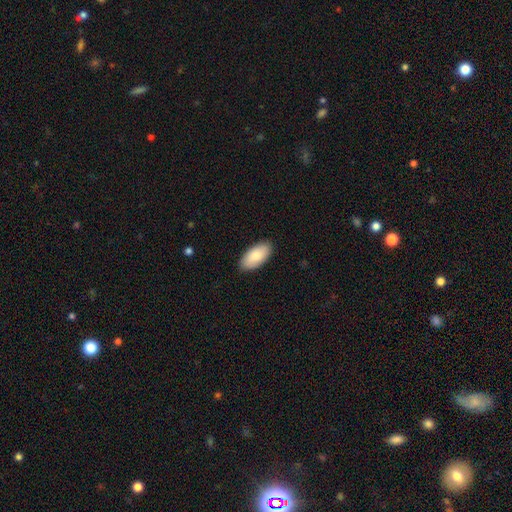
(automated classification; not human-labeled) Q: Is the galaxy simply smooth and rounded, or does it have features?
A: smooth — 83%.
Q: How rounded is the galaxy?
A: in between — 94%.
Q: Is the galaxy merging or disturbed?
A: none — 88%.